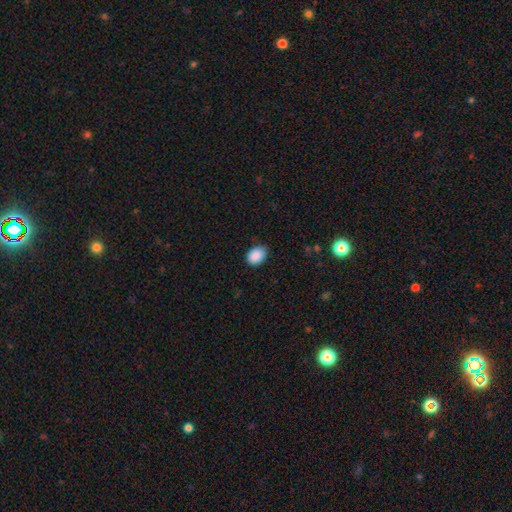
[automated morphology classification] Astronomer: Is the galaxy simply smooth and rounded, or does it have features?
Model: smooth — 90%.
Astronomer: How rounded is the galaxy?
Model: in between — 73%.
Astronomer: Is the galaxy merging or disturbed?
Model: none — 82%.